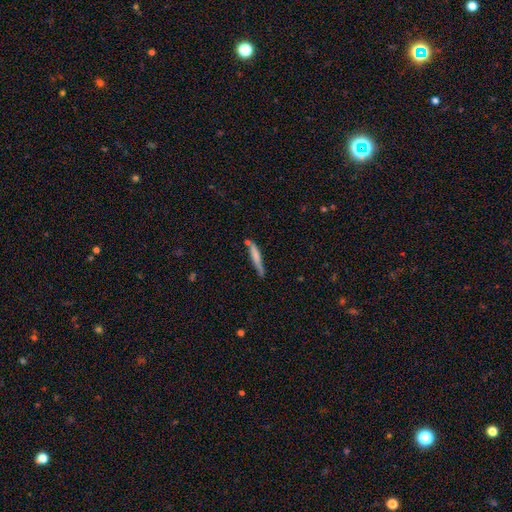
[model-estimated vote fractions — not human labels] Smooth or featured? smooth (67%)
How rounded? cigar-shaped (93%)
Merging? none (69%)